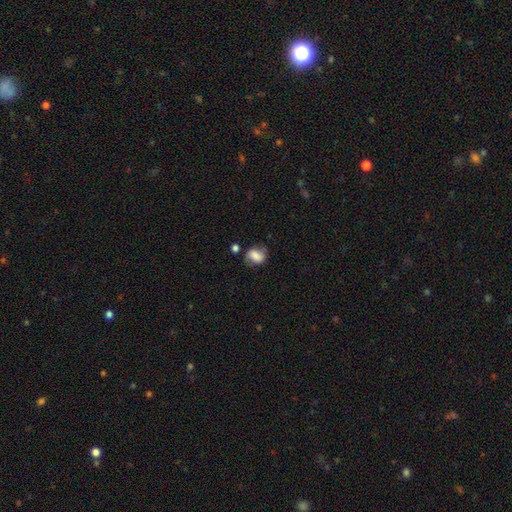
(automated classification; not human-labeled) Smooth or featured? Predicted: smooth (p=0.60). How rounded? Predicted: in between (p=0.62). Merging? Predicted: none (p=0.57).